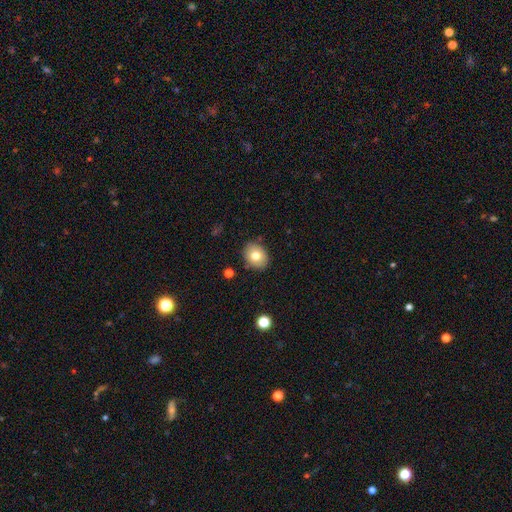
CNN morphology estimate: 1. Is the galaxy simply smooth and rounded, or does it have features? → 77% smooth, 14% featured or disk, 9% star or artifact.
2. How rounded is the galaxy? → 53% in between, 46% round, 1% cigar-shaped.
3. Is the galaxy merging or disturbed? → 86% none, 10% minor disturbance, 2% major disturbance, 2% merger.